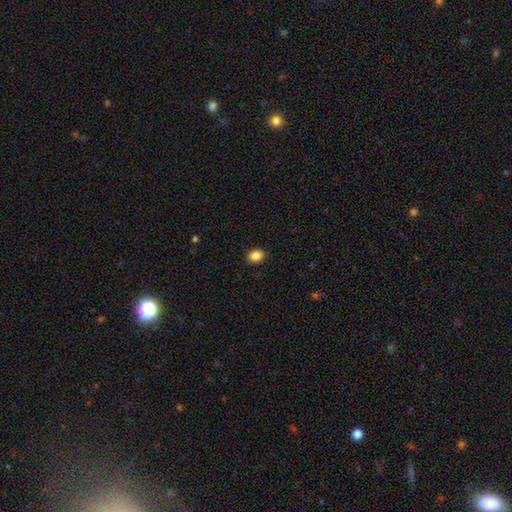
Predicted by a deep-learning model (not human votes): Smooth or featured: smooth — 87% (star or artifact — 9%)
How rounded: in between — 56% (round — 43%)
Merging: none — 90% (minor disturbance — 7%)